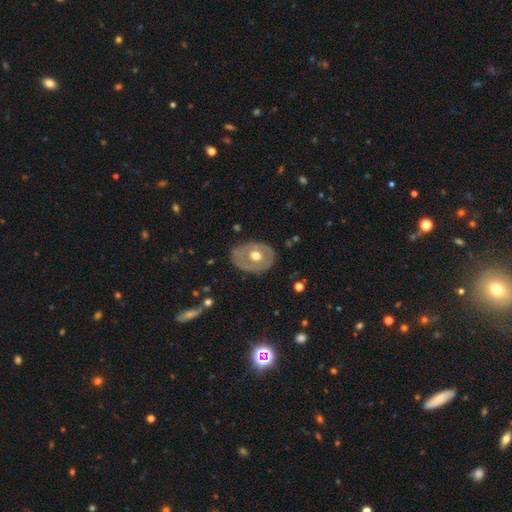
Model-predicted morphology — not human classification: smooth_or_featured: featured or disk (p=0.55) [alt: smooth p=0.40]
disk_edge_on: no (p=0.92) [alt: yes p=0.08]
bar: no (p=0.87) [alt: weak p=0.10]
has_spiral_arms: no (p=0.85) [alt: yes p=0.15]
bulge_size: moderate (p=0.76) [alt: large p=0.17]
merging: none (p=0.76) [alt: minor disturbance p=0.17]